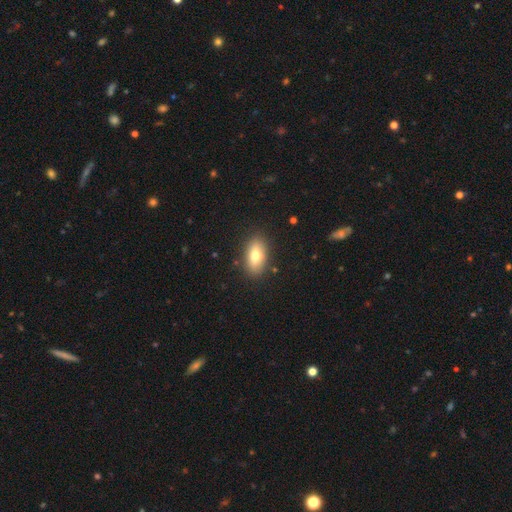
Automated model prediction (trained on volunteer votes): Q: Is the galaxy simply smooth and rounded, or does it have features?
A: smooth — 73%.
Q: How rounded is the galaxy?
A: in between — 88%.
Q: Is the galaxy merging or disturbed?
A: none — 86%.